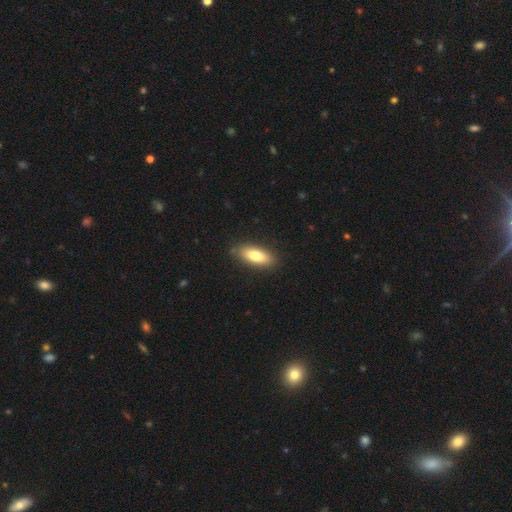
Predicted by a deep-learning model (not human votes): This is likely a smooth galaxy (78%). How rounded: likely in between (75%). Merging: clearly none (84%).